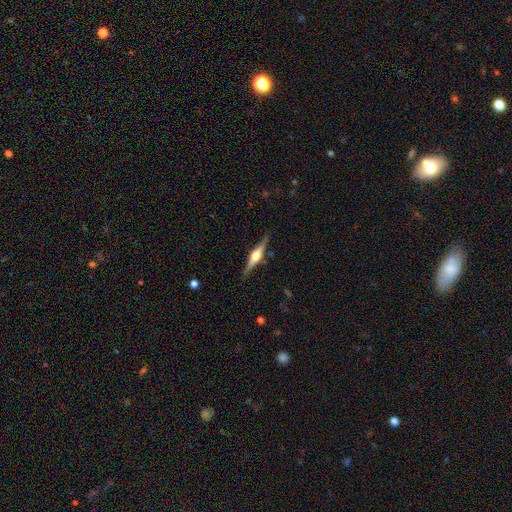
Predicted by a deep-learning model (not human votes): Morphology: type=featured or disk (81%); edge-on=yes (98%); edge-on bulge=rounded (90%); merging=none (88%).